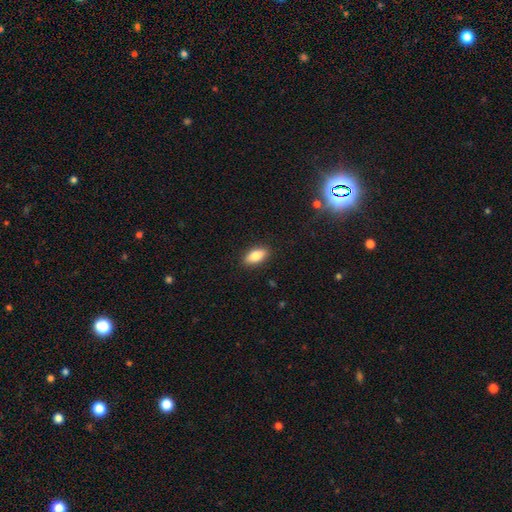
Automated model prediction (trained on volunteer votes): Q: Smooth or featured?
A: smooth (82%); runner-up: featured or disk (10%)
Q: How rounded?
A: in between (88%); runner-up: cigar-shaped (9%)
Q: Merging?
A: none (89%); runner-up: minor disturbance (8%)